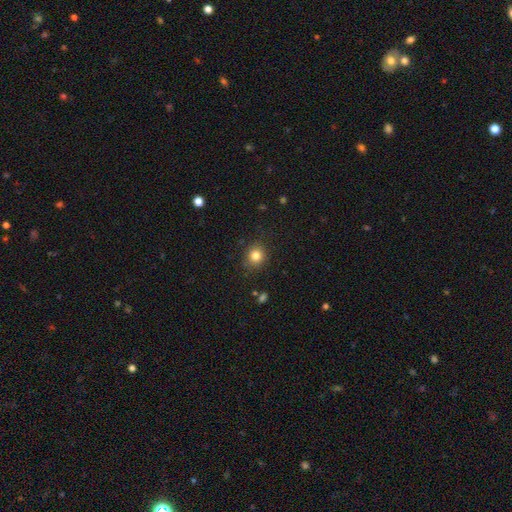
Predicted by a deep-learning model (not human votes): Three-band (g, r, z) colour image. It shows a smooth galaxy with no disk features (82%) that is round (83%). Merging: none (86%).